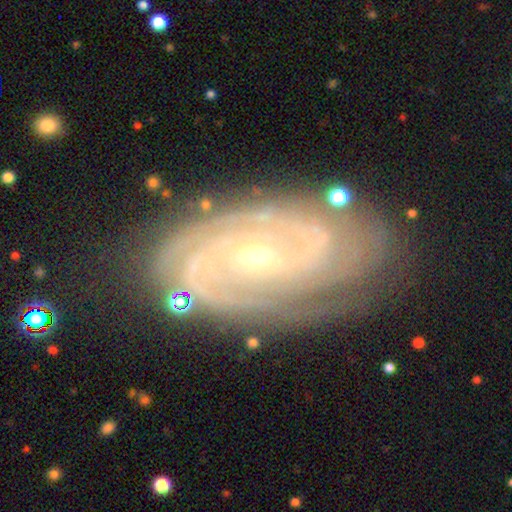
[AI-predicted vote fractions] Smooth or featured?
  - featured or disk: 89% *
  - star or artifact: 6%
  - smooth: 5%
Edge-on disk?
  - no: 95% *
  - yes: 5%
Bar?
  - no: 58% *
  - weak: 30%
  - strong: 12%
Spiral arms?
  - yes: 98% *
  - no: 2%
Spiral winding?
  - tight: 74% *
  - medium: 23%
  - loose: 4%
Spiral arm count?
  - 2: 31% *
  - 3: 22%
  - can't tell: 21%
  - 4: 13%
  - more than 4: 7%
  - 1: 6%
Bulge size?
  - small: 74% *
  - moderate: 23%
  - large: 1%
  - none: 1%
  - dominant: 1%
Merging?
  - none: 78% *
  - minor disturbance: 15%
  - major disturbance: 4%
  - merger: 2%